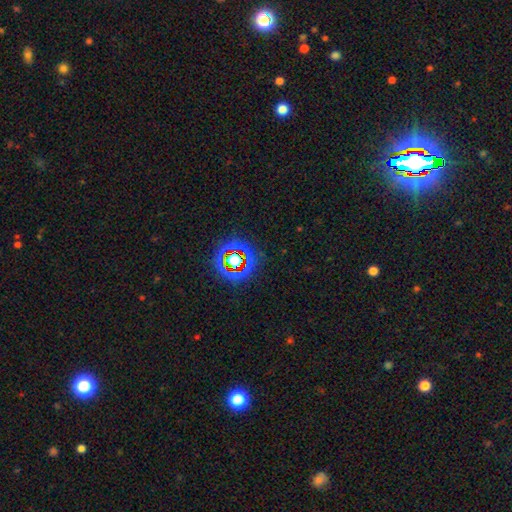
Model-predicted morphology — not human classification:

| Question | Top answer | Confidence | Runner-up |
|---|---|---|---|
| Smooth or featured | star or artifact | 65% | featured or disk (18%) |